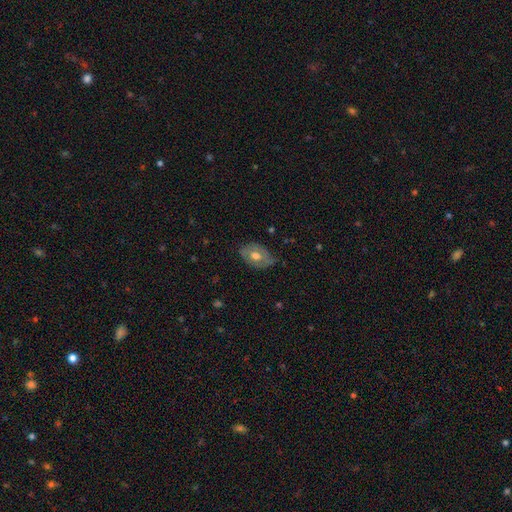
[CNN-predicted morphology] Smooth or featured: smooth — 53% (featured or disk — 40%)
How rounded: in between — 81% (round — 17%)
Merging: none — 66% (minor disturbance — 27%)